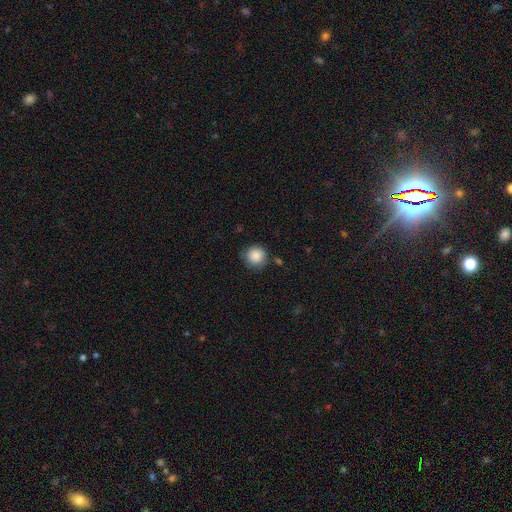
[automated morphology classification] A smooth galaxy with no disk features (88%) that is round (93%). Merging: none (79%).